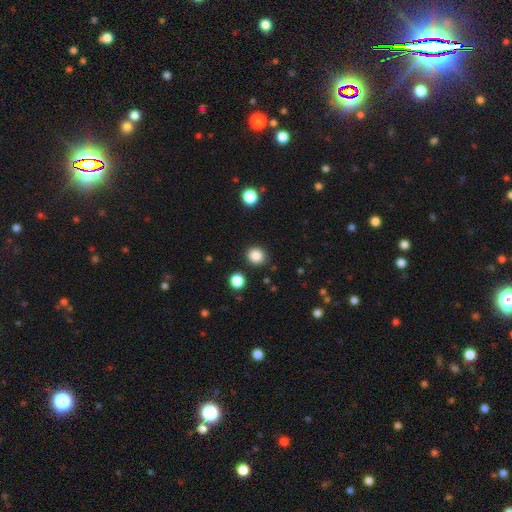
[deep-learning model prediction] Smooth or featured: smooth — 86% (star or artifact — 11%)
How rounded: round — 86% (in between — 14%)
Merging: none — 88% (minor disturbance — 7%)